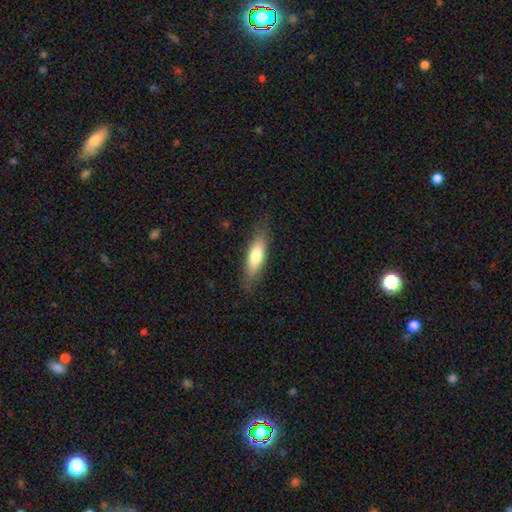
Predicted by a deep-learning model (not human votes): Overall: smooth (72%). How rounded: cigar-shaped (55%; in between 43%). Merging: none (81%).